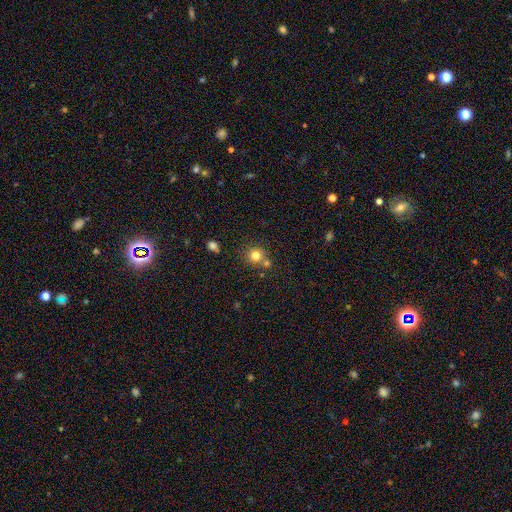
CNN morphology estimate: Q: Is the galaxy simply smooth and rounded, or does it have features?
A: smooth — 79%.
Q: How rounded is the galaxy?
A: round — 91%.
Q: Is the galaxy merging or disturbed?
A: none — 70%.